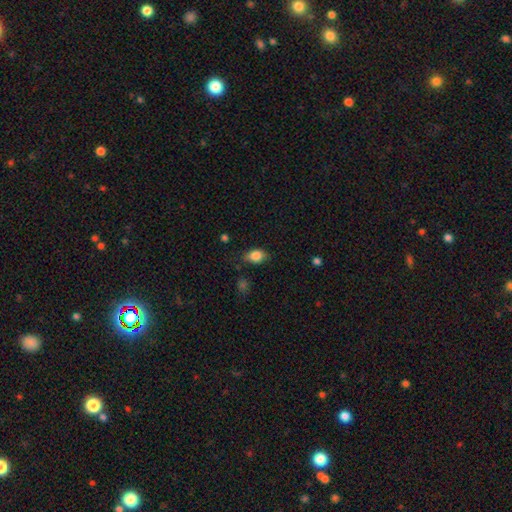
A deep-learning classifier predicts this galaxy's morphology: A smooth galaxy with no disk features (85%) that is in between round and cigar-shaped (76%). Merging: none (73%).